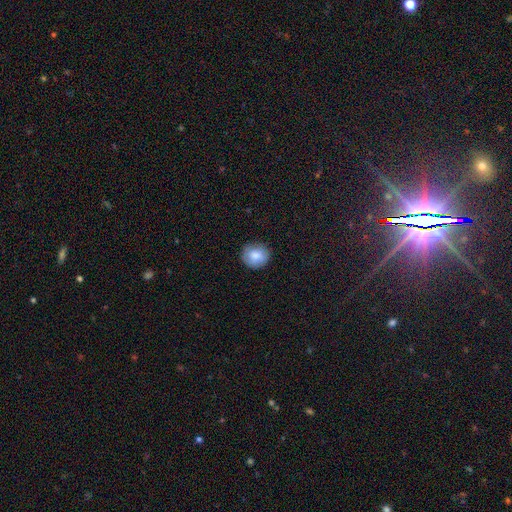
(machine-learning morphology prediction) Smooth or featured?
  - smooth: 83% *
  - featured or disk: 10%
  - star or artifact: 8%
How rounded?
  - round: 84% *
  - in between: 15%
  - cigar-shaped: 1%
Merging?
  - none: 85% *
  - minor disturbance: 12%
  - major disturbance: 2%
  - merger: 1%